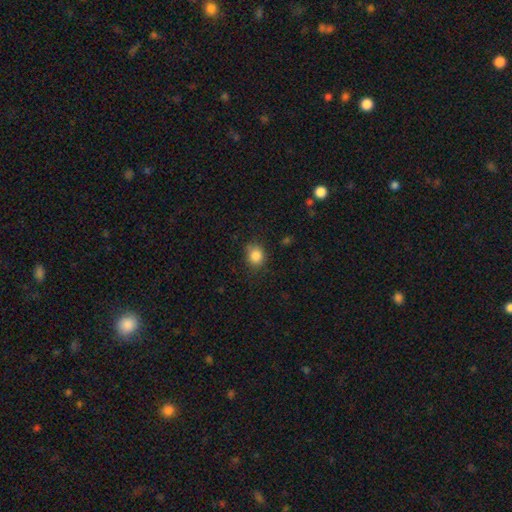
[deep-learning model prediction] Q: Smooth or featured?
A: smooth (85%); runner-up: star or artifact (10%)
Q: How rounded?
A: round (71%); runner-up: in between (28%)
Q: Merging?
A: none (76%); runner-up: minor disturbance (18%)